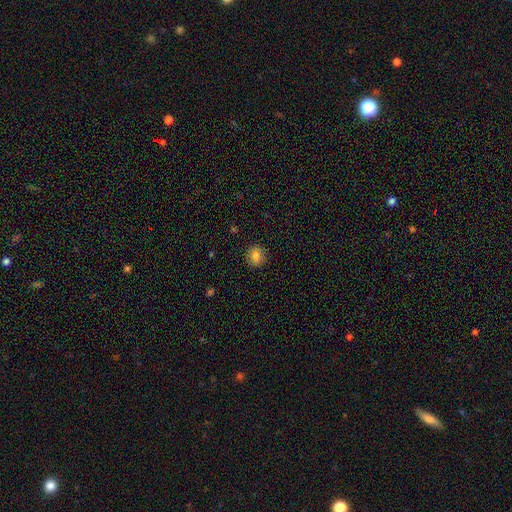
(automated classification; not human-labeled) Smooth or featured?
  - smooth: 81% *
  - star or artifact: 10%
  - featured or disk: 8%
How rounded?
  - round: 75% *
  - in between: 24%
  - cigar-shaped: 1%
Merging?
  - none: 89% *
  - minor disturbance: 8%
  - major disturbance: 2%
  - merger: 1%